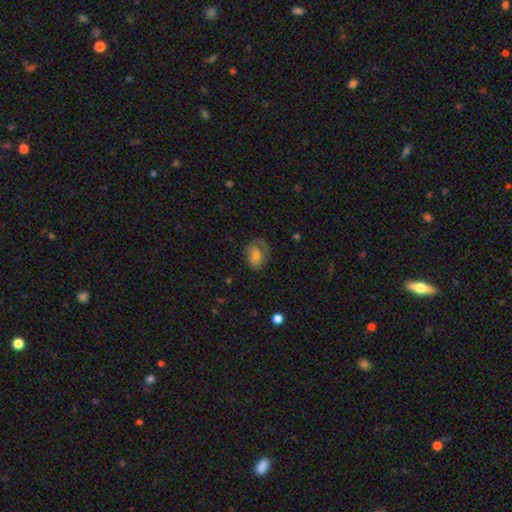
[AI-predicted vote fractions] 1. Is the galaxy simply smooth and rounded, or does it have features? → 51% smooth, 39% featured or disk, 10% star or artifact.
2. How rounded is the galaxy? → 72% in between, 26% round, 1% cigar-shaped.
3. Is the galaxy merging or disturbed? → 54% none, 25% minor disturbance, 19% major disturbance, 2% merger.